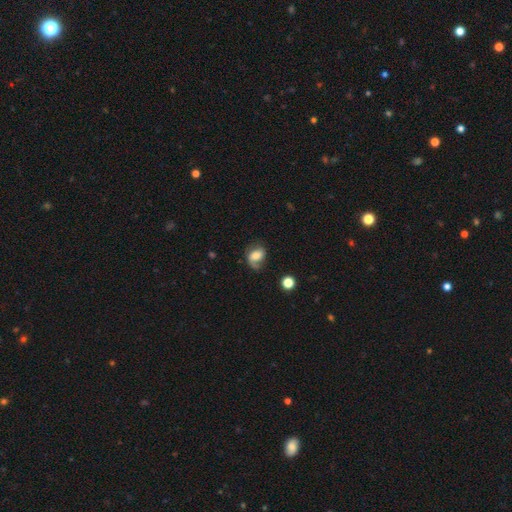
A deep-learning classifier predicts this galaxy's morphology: Smooth or featured? Predicted: smooth (p=0.47). Merging? Predicted: none (p=0.44).